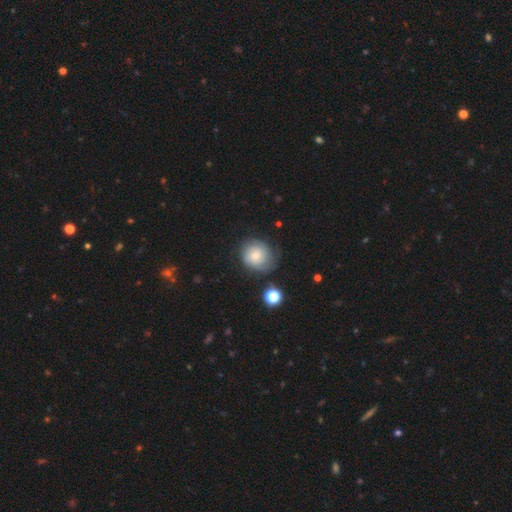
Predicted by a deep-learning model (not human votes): smooth-or-featured: smooth: 46% | featured or disk: 45% | star or artifact: 9%
  merging: none: 65% | minor disturbance: 23% | major disturbance: 10% | merger: 3%